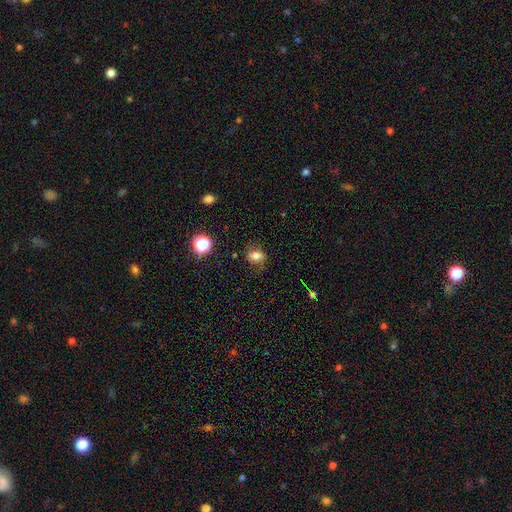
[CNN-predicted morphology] This appears to be a smooth galaxy with no disk features (72%) that is in between round and cigar-shaped (55%). Merging: none (77%).